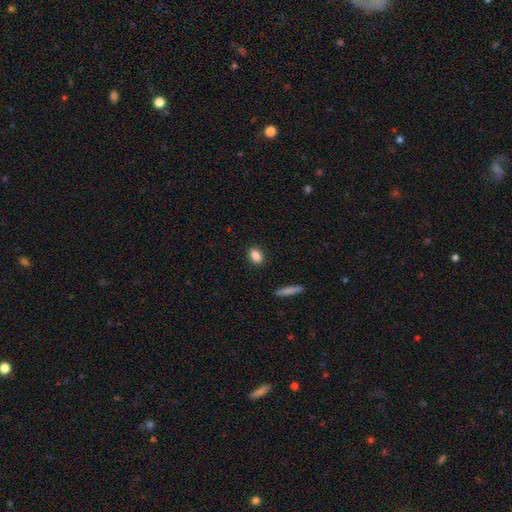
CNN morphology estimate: smooth-or-featured: smooth: 87% | star or artifact: 8% | featured or disk: 5%
  how-rounded: in between: 75% | round: 21% | cigar-shaped: 4%
  merging: none: 88% | minor disturbance: 9% | major disturbance: 2% | merger: 1%